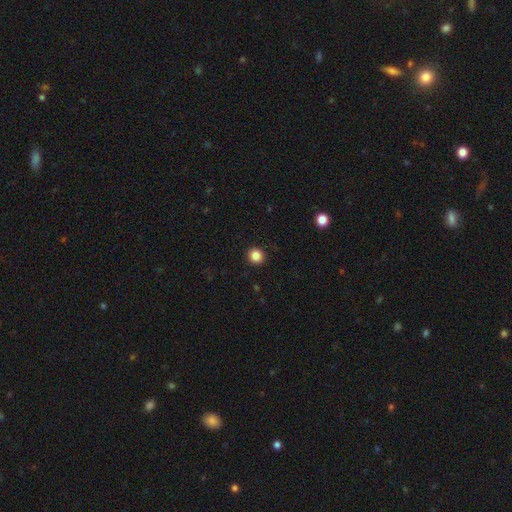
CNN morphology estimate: This appears to be a smooth galaxy with no disk features (85%) that is round (90%). Merging: none (93%).